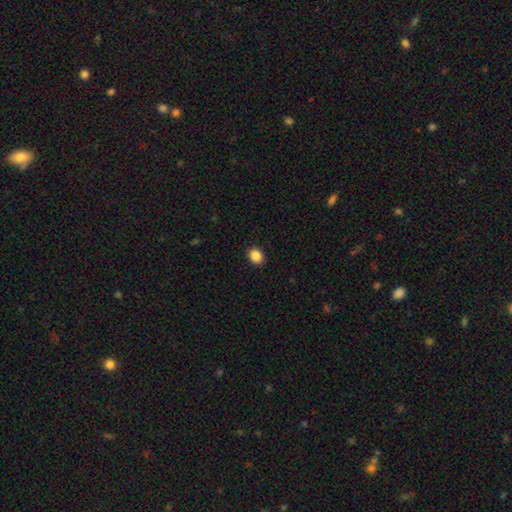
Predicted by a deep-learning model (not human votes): A smooth galaxy with no disk features (88%) that is in between round and cigar-shaped (52%).

Vote fractions:
- Smooth or featured? smooth: 88% / star or artifact: 9% / featured or disk: 3%
- How rounded? in between: 52% / round: 47% / cigar-shaped: 1%
- Merging? none: 92% / minor disturbance: 6% / major disturbance: 2% / merger: 1%